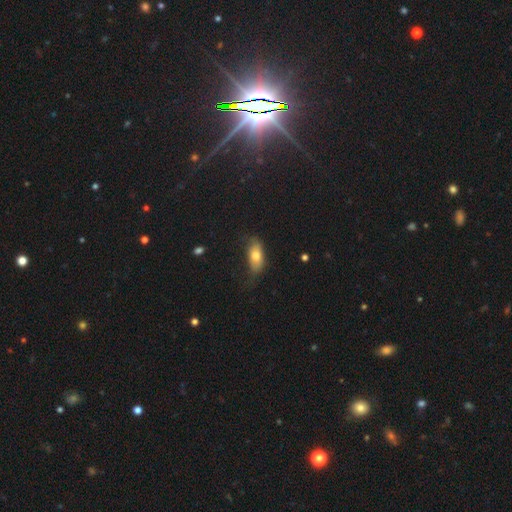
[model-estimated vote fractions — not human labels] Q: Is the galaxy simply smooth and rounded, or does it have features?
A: smooth — 74%.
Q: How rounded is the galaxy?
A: in between — 80%.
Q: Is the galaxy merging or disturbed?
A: none — 58%.